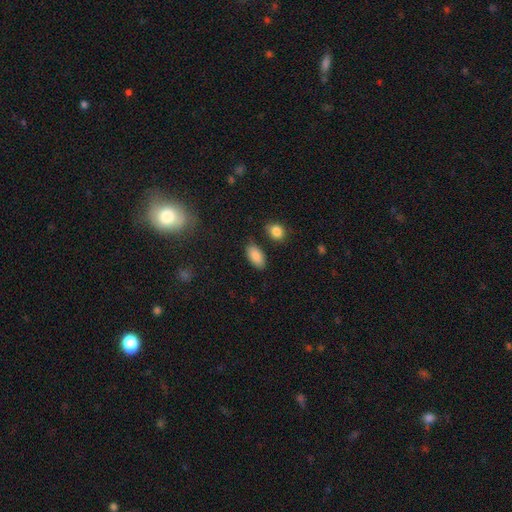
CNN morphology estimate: Smooth or featured?
  - smooth: 87% *
  - star or artifact: 7%
  - featured or disk: 6%
How rounded?
  - in between: 93% *
  - cigar-shaped: 4%
  - round: 3%
Merging?
  - none: 81% *
  - minor disturbance: 12%
  - merger: 4%
  - major disturbance: 3%